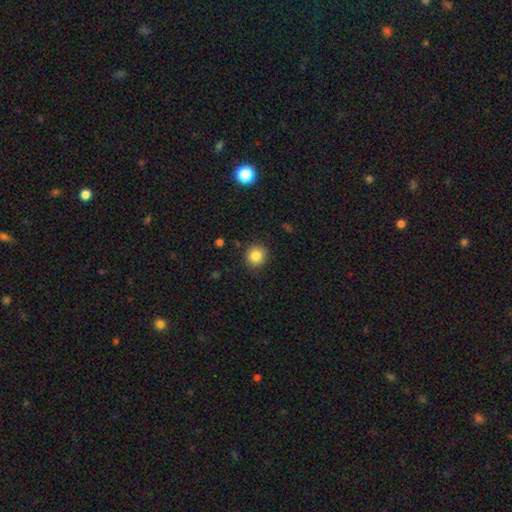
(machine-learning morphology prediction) smooth_or_featured: smooth (p=0.84) [alt: star or artifact p=0.10]
how_rounded: round (p=0.91) [alt: in between p=0.08]
merging: none (p=0.89) [alt: minor disturbance p=0.08]